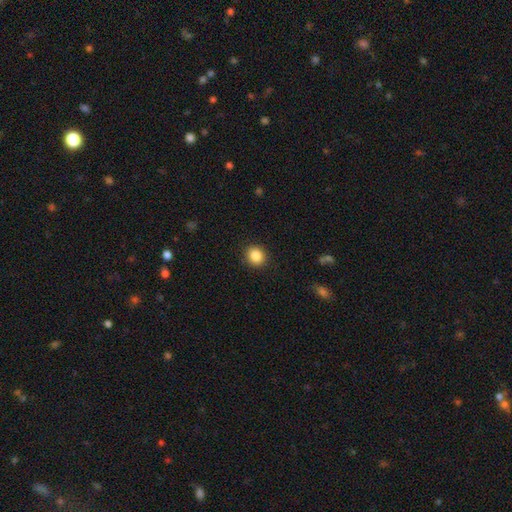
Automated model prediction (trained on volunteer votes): Overall: smooth (86%). How rounded: round (80%). Merging: none (90%).